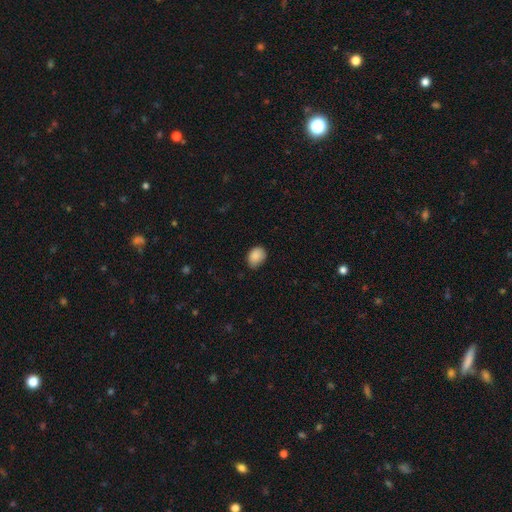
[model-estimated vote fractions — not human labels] Overall: smooth (88%). How rounded: in between (68%; round 31%). Merging: none (71%).